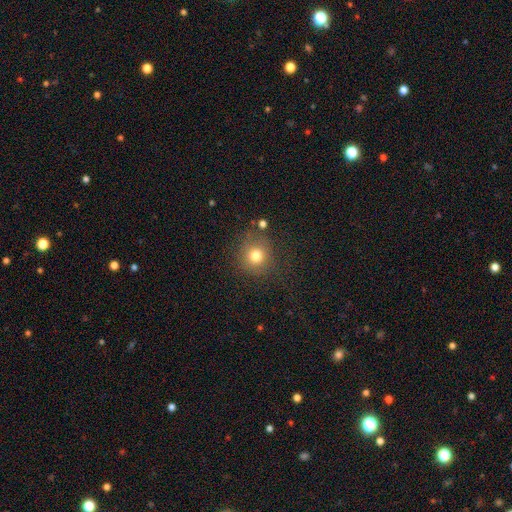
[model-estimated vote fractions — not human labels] Q: Smooth or featured?
A: smooth (77%); runner-up: star or artifact (14%)
Q: How rounded?
A: round (91%); runner-up: in between (8%)
Q: Merging?
A: none (80%); runner-up: minor disturbance (11%)